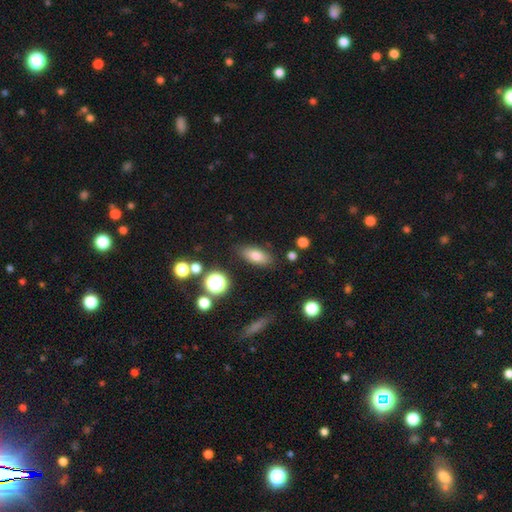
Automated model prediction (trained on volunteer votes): smooth_or_featured: smooth (p=0.78) [alt: featured or disk p=0.12]
how_rounded: in between (p=0.78) [alt: cigar-shaped p=0.16]
merging: none (p=0.82) [alt: minor disturbance p=0.12]